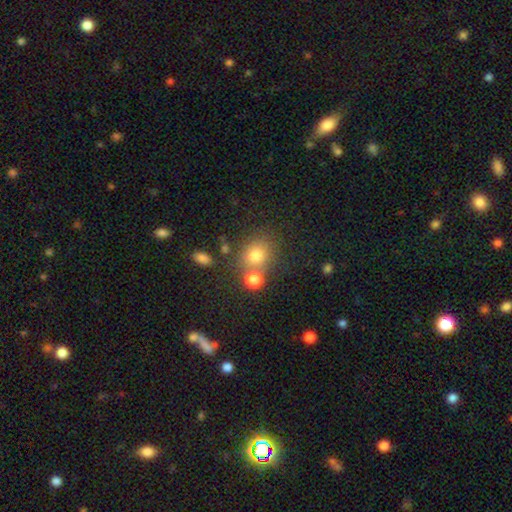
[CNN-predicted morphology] This is likely a smooth galaxy (75%). How rounded: likely round (70%). Merging: likely none (60%).